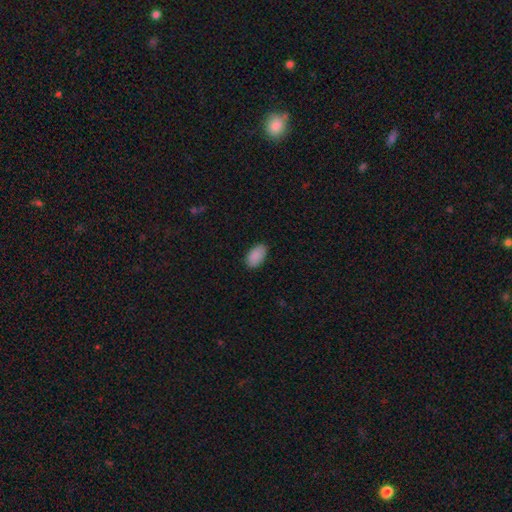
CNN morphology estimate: This appears to be a smooth galaxy with no disk features (89%) that is in between round and cigar-shaped (94%). Merging: none (85%).